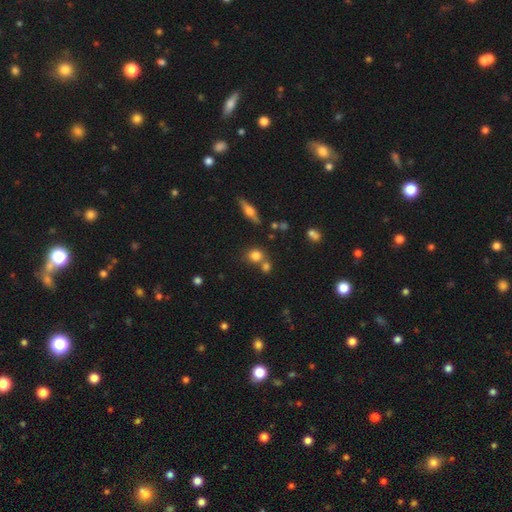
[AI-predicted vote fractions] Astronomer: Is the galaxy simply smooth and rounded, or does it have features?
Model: smooth — 78%.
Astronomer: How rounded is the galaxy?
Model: round — 75%.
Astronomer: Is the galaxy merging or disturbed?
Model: none — 58%.